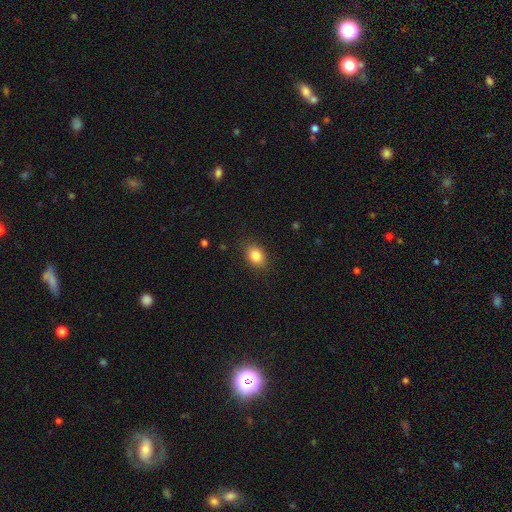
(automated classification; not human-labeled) Smooth or featured?
  - smooth: 84% *
  - star or artifact: 9%
  - featured or disk: 7%
How rounded?
  - in between: 67% *
  - round: 32%
  - cigar-shaped: 1%
Merging?
  - none: 86% *
  - minor disturbance: 10%
  - major disturbance: 3%
  - merger: 1%